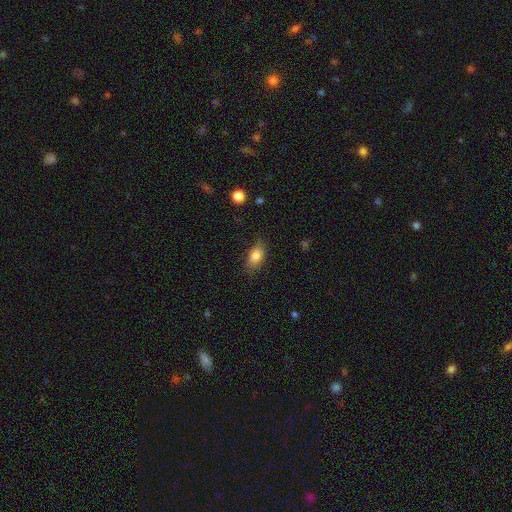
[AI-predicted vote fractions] smooth_or_featured: smooth (p=0.82) [alt: featured or disk p=0.09]
how_rounded: in between (p=0.86) [alt: round p=0.09]
merging: none (p=0.81) [alt: minor disturbance p=0.14]